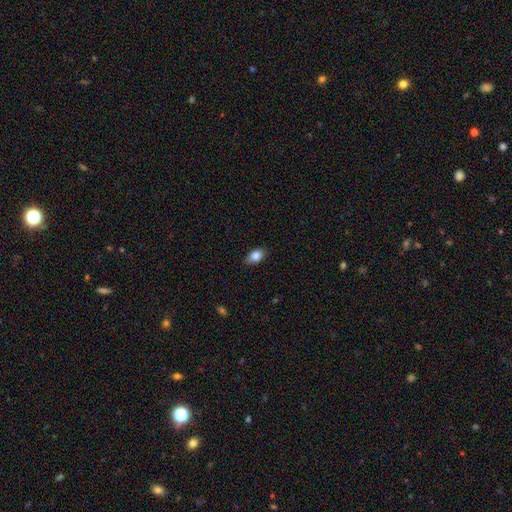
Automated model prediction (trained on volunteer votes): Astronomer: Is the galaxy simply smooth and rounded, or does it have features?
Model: smooth — 85%.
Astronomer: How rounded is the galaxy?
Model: in between — 86%.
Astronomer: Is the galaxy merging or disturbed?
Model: none — 84%.